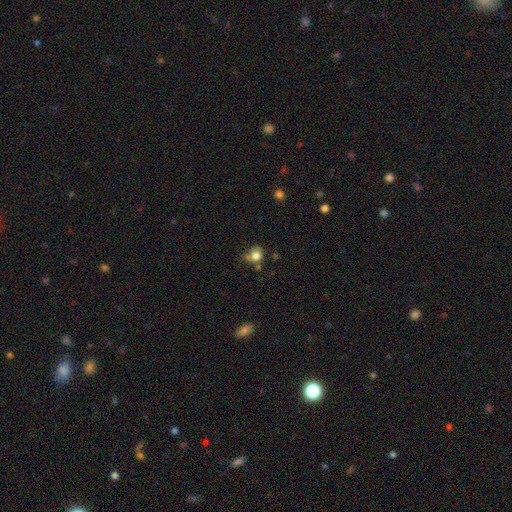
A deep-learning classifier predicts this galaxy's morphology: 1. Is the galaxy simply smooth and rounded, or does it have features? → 78% smooth, 11% star or artifact, 11% featured or disk.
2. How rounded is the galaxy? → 71% round, 28% in between, 1% cigar-shaped.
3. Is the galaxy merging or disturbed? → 47% none, 25% minor disturbance, 16% merger, 11% major disturbance.